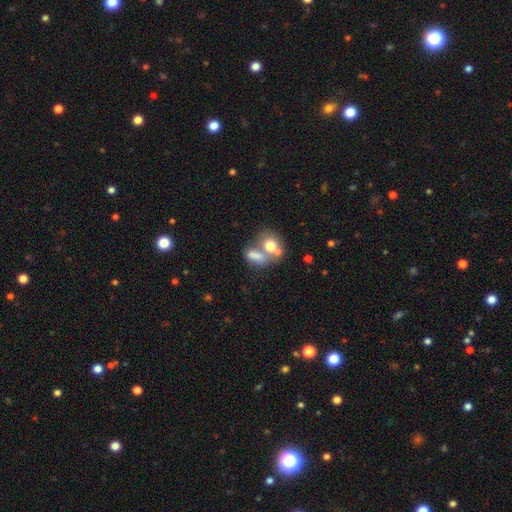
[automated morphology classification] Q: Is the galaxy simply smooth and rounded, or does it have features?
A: smooth — 69%.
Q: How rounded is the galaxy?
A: in between — 57%.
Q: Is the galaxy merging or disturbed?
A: merger — 56%.